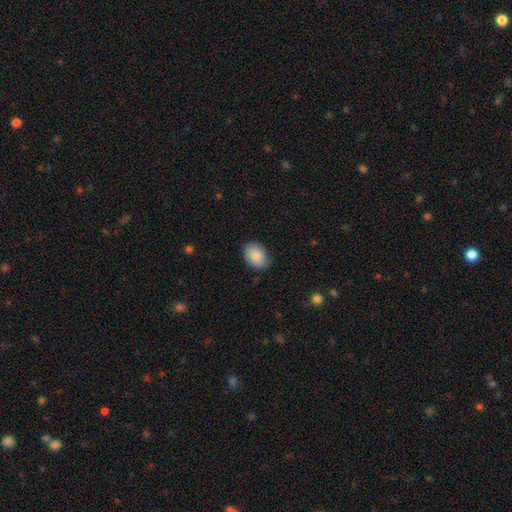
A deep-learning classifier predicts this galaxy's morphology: This appears to be a smooth galaxy with no disk features (86%) that is in between round and cigar-shaped (78%). Merging: none (84%).